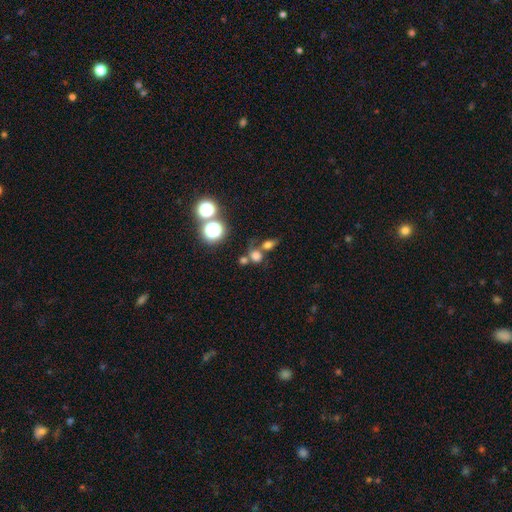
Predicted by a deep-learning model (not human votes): This is likely a smooth galaxy (67%). How rounded: likely round (69%). Merging: marginally none (45%).